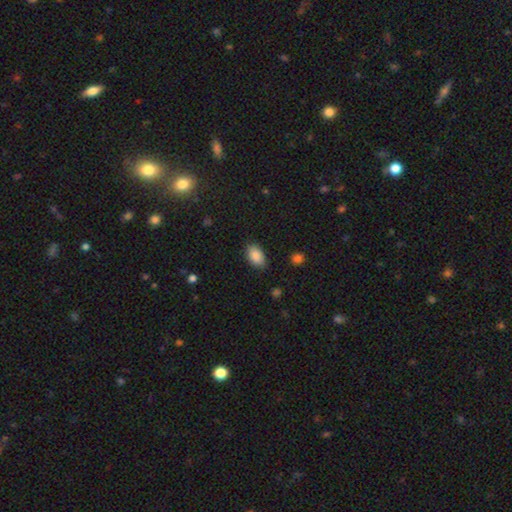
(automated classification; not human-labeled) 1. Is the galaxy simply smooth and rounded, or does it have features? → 88% smooth, 8% star or artifact, 4% featured or disk.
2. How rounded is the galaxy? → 92% in between, 7% round, 2% cigar-shaped.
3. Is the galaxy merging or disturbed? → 85% none, 11% minor disturbance, 3% major disturbance, 1% merger.